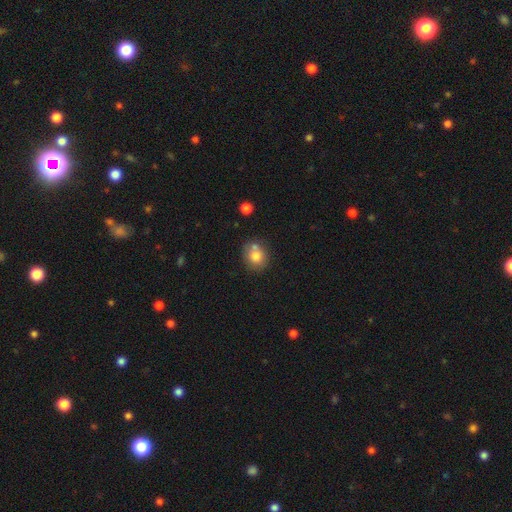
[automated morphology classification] Q: Smooth or featured?
A: smooth (77%); runner-up: featured or disk (13%)
Q: How rounded?
A: round (72%); runner-up: in between (27%)
Q: Merging?
A: none (59%); runner-up: merger (23%)